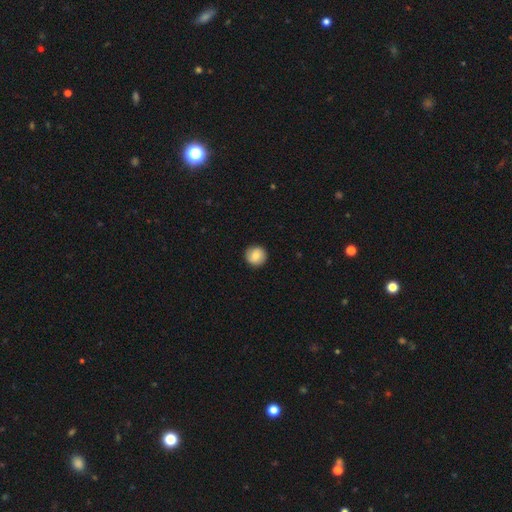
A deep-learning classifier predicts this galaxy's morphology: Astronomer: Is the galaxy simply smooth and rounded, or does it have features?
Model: smooth — 79%.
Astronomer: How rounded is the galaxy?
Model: round — 94%.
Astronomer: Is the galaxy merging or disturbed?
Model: none — 90%.